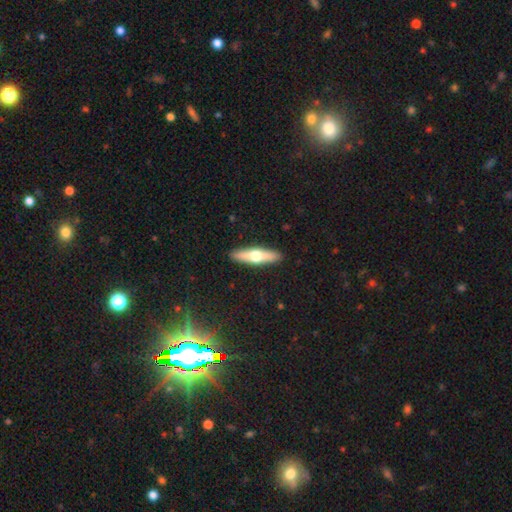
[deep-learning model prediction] Smooth or featured? featured or disk (48%)
Merging? none (91%)